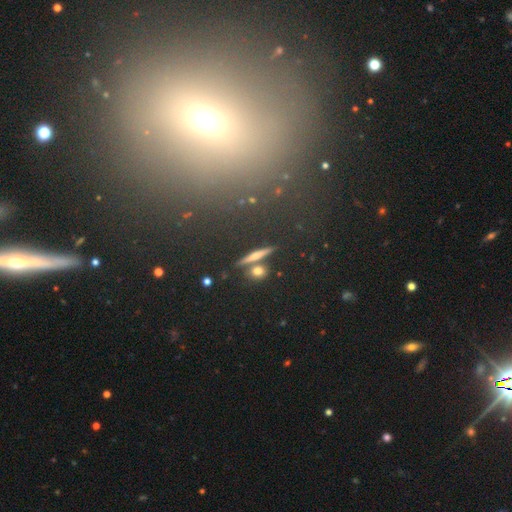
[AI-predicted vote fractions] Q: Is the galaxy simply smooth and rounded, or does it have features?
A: smooth — 54%.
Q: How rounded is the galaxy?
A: cigar-shaped — 48%.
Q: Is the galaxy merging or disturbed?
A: none — 77%.